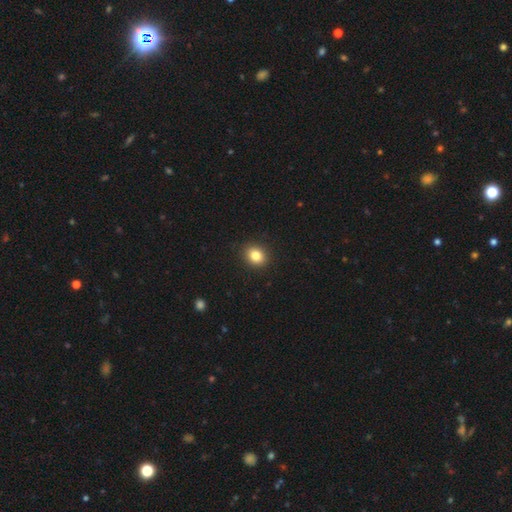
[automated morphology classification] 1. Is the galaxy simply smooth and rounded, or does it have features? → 84% smooth, 10% star or artifact, 6% featured or disk.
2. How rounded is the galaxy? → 61% round, 38% in between, 1% cigar-shaped.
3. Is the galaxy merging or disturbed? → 91% none, 6% minor disturbance, 2% major disturbance, 1% merger.